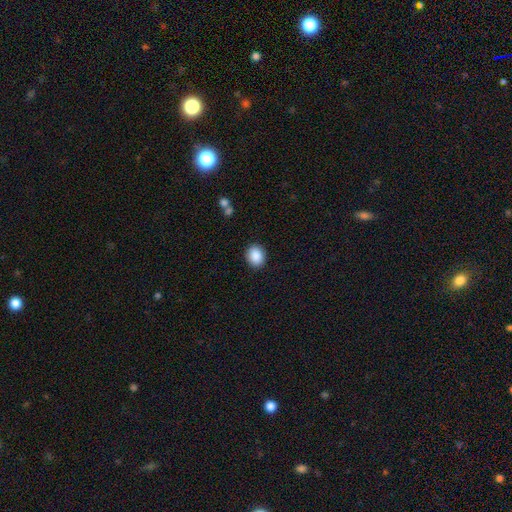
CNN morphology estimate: This appears to be a smooth galaxy with no disk features (89%) that is round (59%). Merging: none (90%).